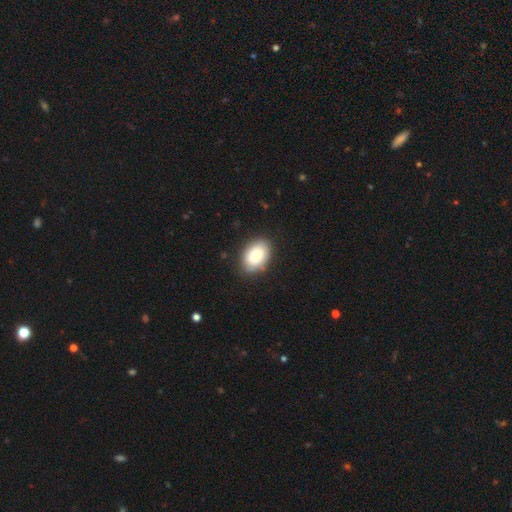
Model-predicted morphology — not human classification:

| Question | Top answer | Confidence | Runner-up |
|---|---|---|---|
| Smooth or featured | smooth | 83% | featured or disk (10%) |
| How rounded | in between | 86% | round (13%) |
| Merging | none | 80% | minor disturbance (15%) |